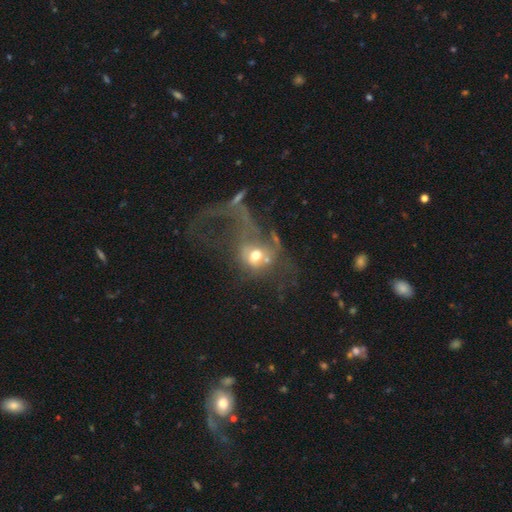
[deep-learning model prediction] Smooth or featured? Predicted: featured or disk (p=0.43). Merging? Predicted: major disturbance (p=0.54).